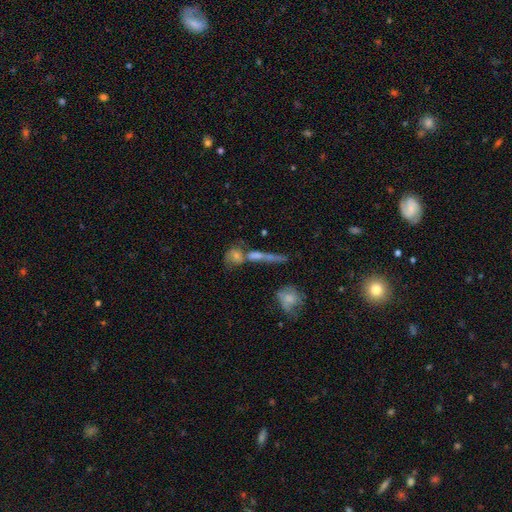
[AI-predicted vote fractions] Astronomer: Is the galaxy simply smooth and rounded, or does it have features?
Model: featured or disk — 41% (runner-up: smooth, 40%).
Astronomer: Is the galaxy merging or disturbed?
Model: none — 42% (runner-up: merger, 37%).